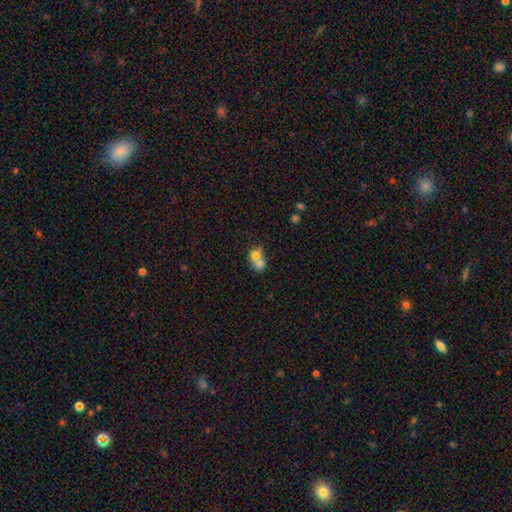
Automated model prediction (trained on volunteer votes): Smooth or featured? Predicted: smooth (p=0.70). How rounded? Predicted: round (p=0.61). Merging? Predicted: merger (p=0.71).